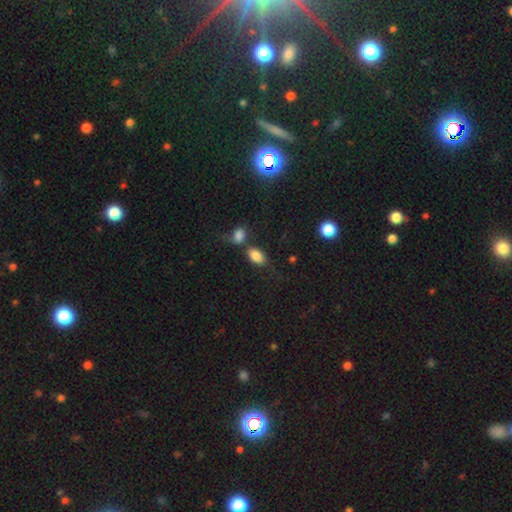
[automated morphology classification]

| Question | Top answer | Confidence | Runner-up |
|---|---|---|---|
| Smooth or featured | smooth | 83% | star or artifact (9%) |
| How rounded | in between | 89% | round (9%) |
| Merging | none | 42% | merger (34%) |